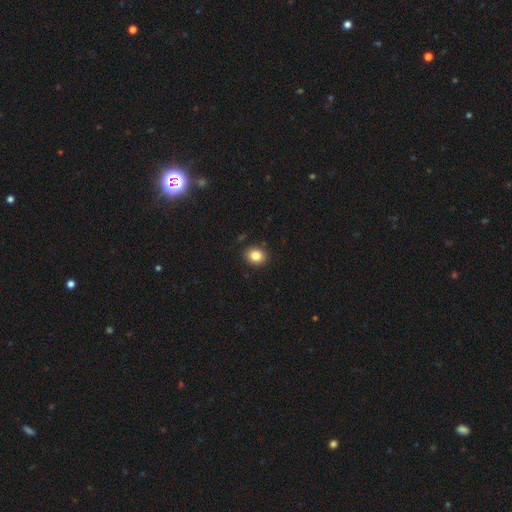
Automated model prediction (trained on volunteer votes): Q: Smooth or featured?
A: smooth (85%); runner-up: star or artifact (10%)
Q: How rounded?
A: round (68%); runner-up: in between (31%)
Q: Merging?
A: none (90%); runner-up: minor disturbance (7%)